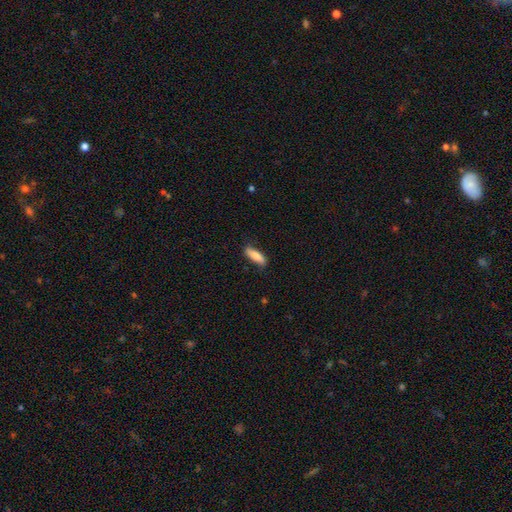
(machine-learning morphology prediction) Smooth or featured? Predicted: smooth (p=0.82). How rounded? Predicted: in between (p=0.50). Merging? Predicted: none (p=0.81).